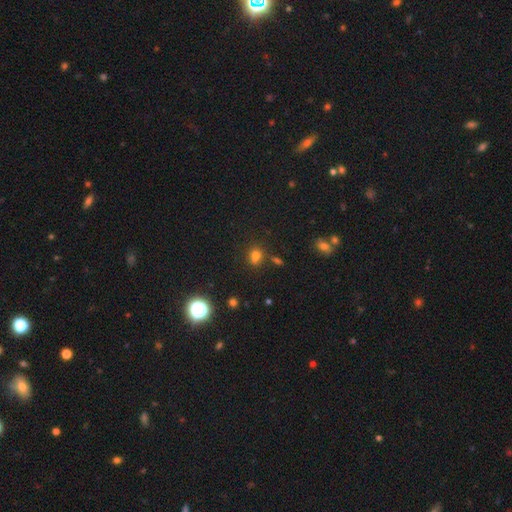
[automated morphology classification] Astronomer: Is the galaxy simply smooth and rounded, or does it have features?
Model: smooth — 69%.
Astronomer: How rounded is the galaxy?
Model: round — 64%.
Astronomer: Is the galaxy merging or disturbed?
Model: none — 62%.